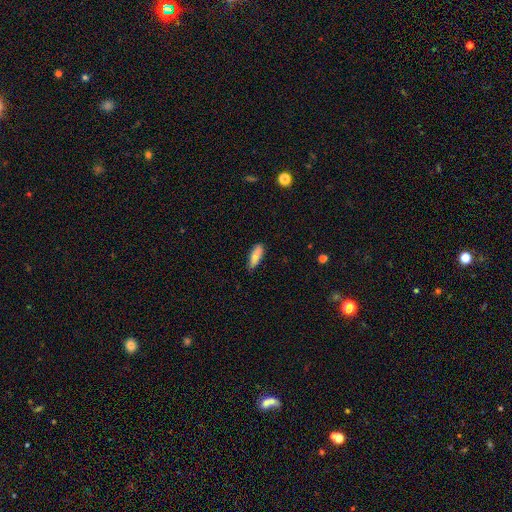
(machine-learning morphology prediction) This is clearly a smooth galaxy (84%). How rounded: likely in between (60%). Merging: clearly none (81%).